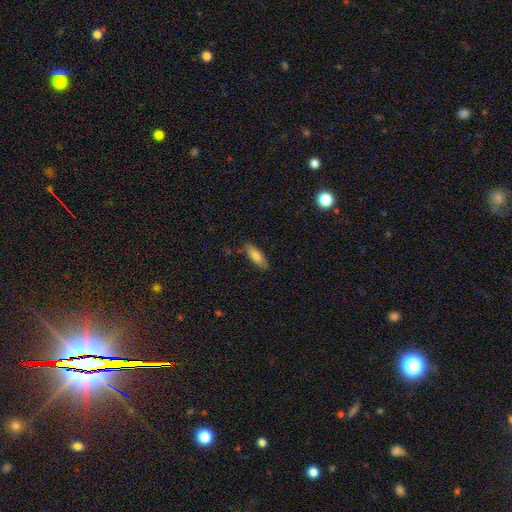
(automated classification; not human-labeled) Overall: smooth (78%). How rounded: in between (52%; cigar-shaped 46%). Merging: none (82%).